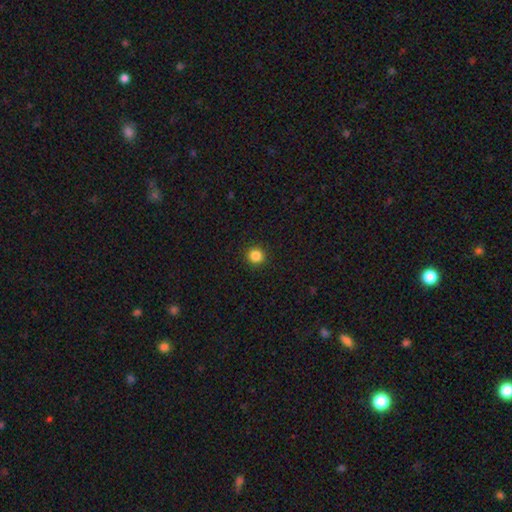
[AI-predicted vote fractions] smooth 85%, star or artifact 11%, featured or disk 3%. Down the decision tree: how rounded — round (94%); merging — none (93%).